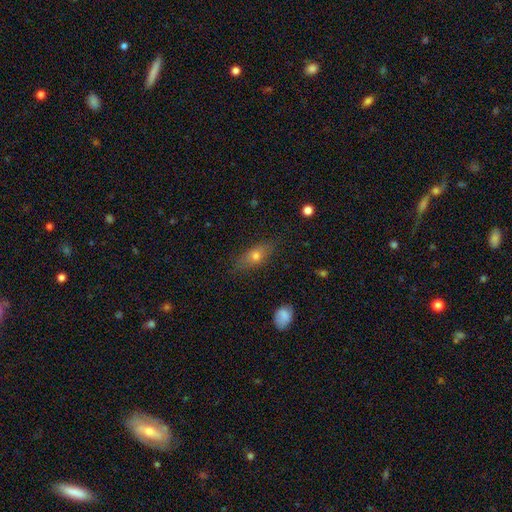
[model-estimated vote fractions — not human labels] smooth 62%, featured or disk 27%, star or artifact 11%. Down the decision tree: how rounded — in between (65%); merging — none (80%).